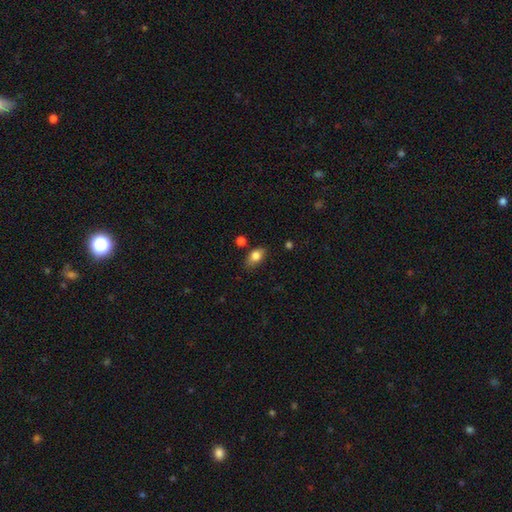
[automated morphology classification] Smooth or featured?
  - smooth: 81% *
  - featured or disk: 10%
  - star or artifact: 8%
How rounded?
  - in between: 85% *
  - round: 11%
  - cigar-shaped: 4%
Merging?
  - none: 75% *
  - minor disturbance: 17%
  - merger: 4%
  - major disturbance: 4%